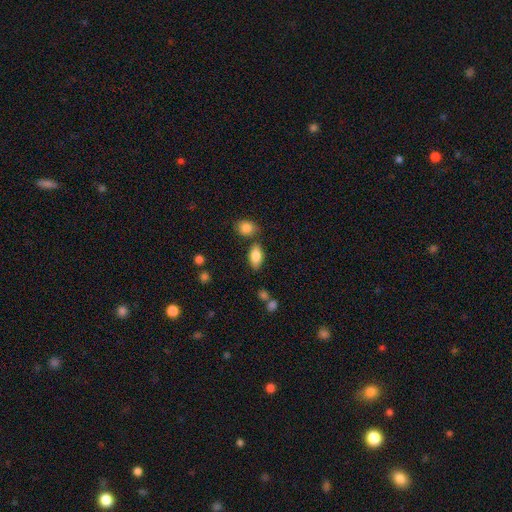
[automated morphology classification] Q: Smooth or featured?
A: smooth (83%); runner-up: featured or disk (10%)
Q: How rounded?
A: in between (90%); runner-up: round (5%)
Q: Merging?
A: none (73%); runner-up: minor disturbance (13%)